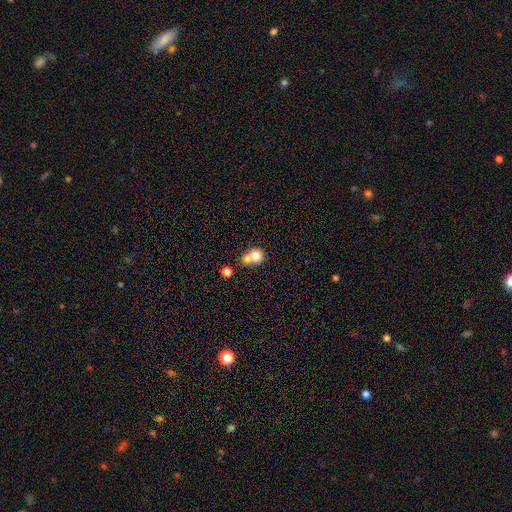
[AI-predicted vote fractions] The model was most divided on "merging": merger: 59%, none: 31%, minor disturbance: 7%, major disturbance: 3%. More confident: how rounded — round (82%); smooth or featured — smooth (75%).